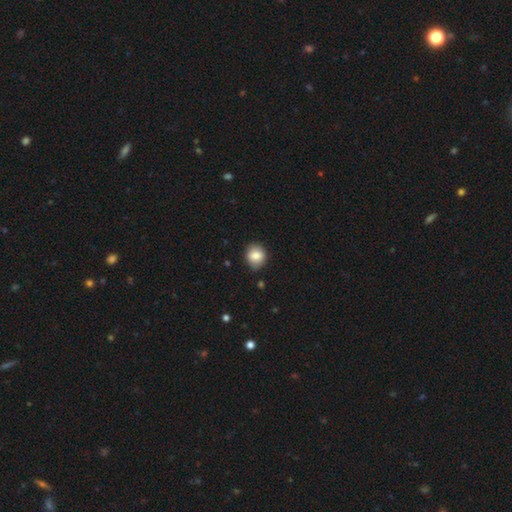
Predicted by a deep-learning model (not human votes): The model was most divided on "how rounded": round: 75%, in between: 24%, cigar-shaped: 1%. More confident: smooth or featured — smooth (83%); merging — none (81%).